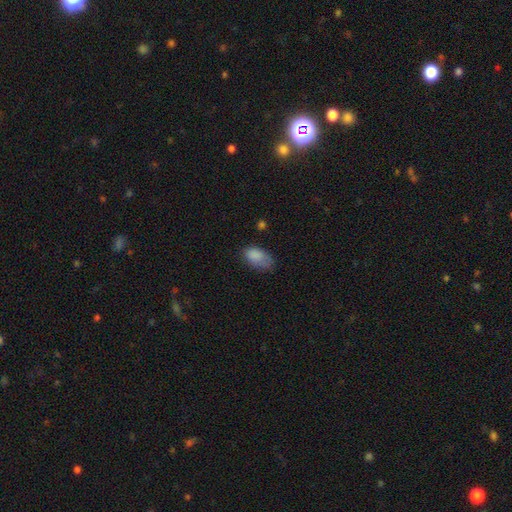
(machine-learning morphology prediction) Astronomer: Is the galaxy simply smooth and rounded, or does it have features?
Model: smooth — 84%.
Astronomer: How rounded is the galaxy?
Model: in between — 92%.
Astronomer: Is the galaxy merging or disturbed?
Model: none — 53% (runner-up: minor disturbance, 33%).